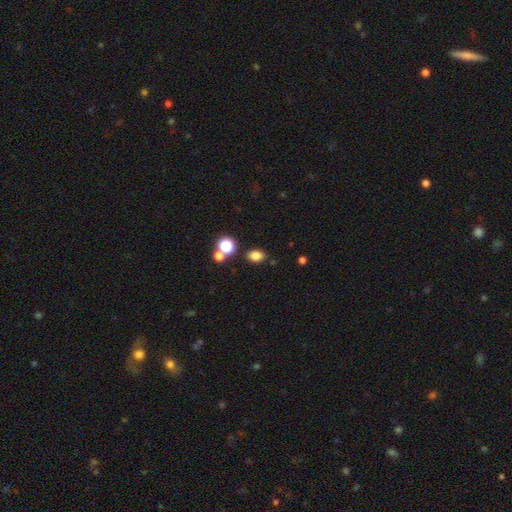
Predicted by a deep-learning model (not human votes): The model was most divided on "how rounded": in between: 73%, round: 26%, cigar-shaped: 1%. More confident: smooth or featured — smooth (81%); merging — none (79%).